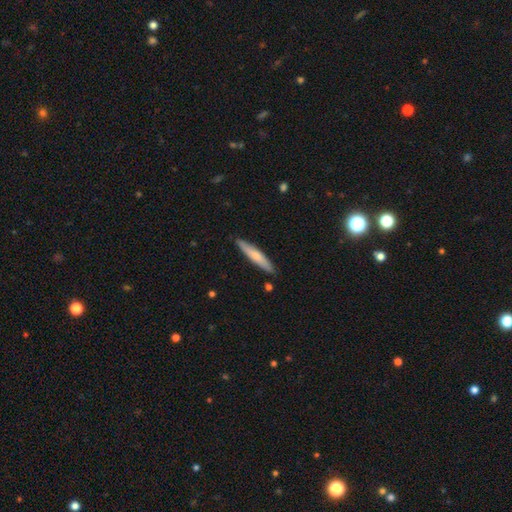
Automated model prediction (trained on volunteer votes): smooth 62%, featured or disk 32%, star or artifact 5%. Down the decision tree: how rounded — cigar-shaped (91%); merging — none (88%).